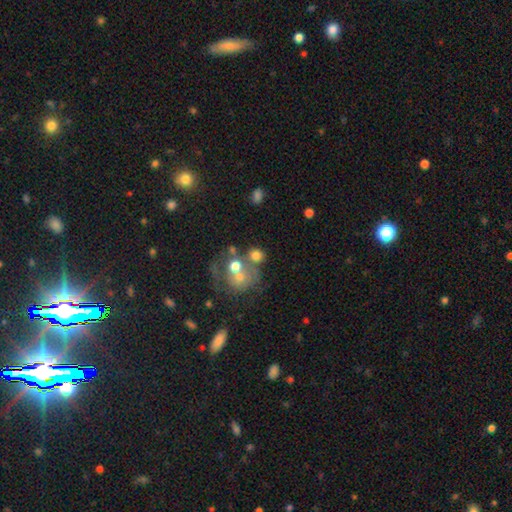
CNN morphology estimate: Overall: smooth (66%). How rounded: round (75%). Merging: none (40%; merger 39%).